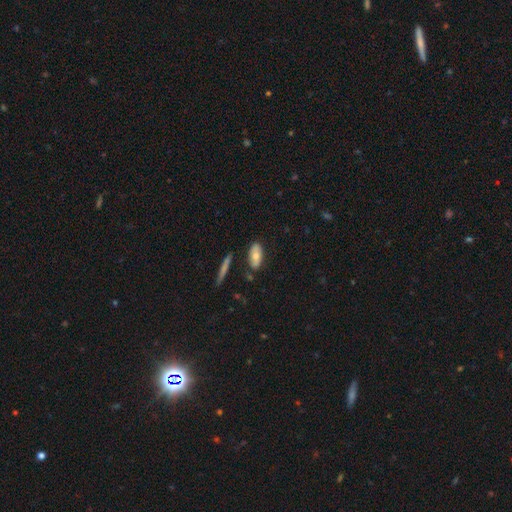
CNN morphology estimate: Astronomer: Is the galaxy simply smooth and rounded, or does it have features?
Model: smooth — 71%.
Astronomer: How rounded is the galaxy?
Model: in between — 85%.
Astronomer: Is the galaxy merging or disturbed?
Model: none — 80%.